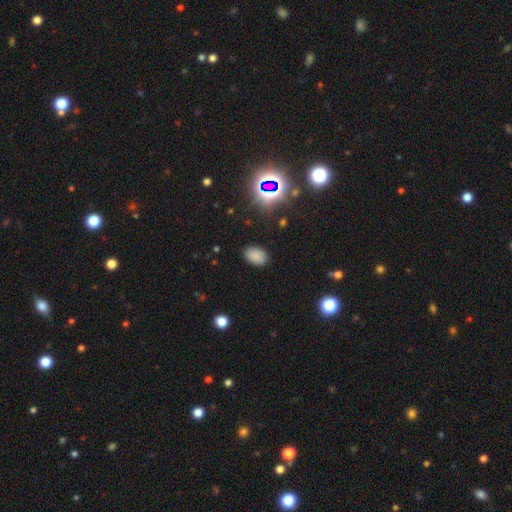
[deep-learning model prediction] Overall: smooth (79%). How rounded: in between (88%). Merging: none (85%).